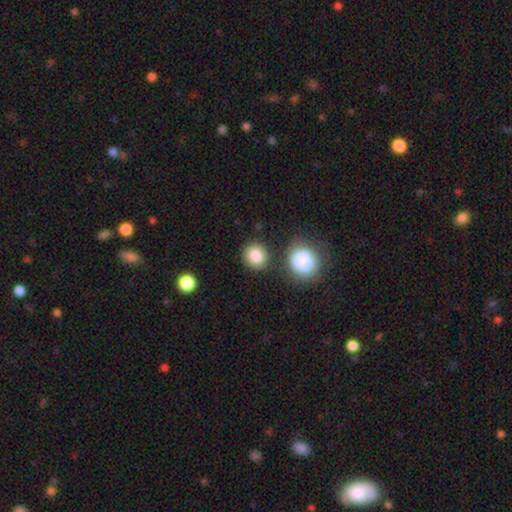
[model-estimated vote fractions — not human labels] A smooth galaxy with no disk features (86%) that is round (84%). Merging: none (78%).